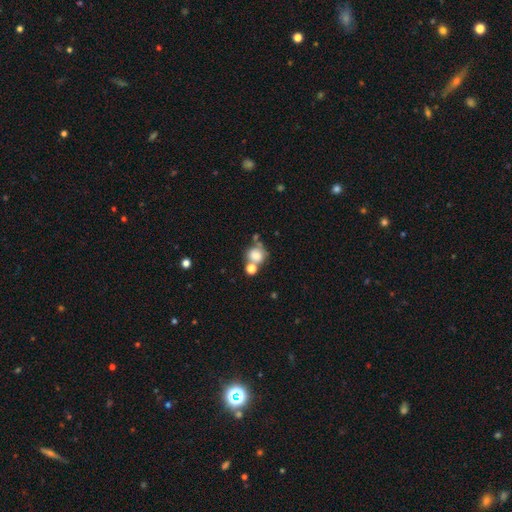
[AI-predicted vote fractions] Smooth or featured? Predicted: smooth (p=0.74). How rounded? Predicted: round (p=0.70). Merging? Predicted: none (p=0.40).